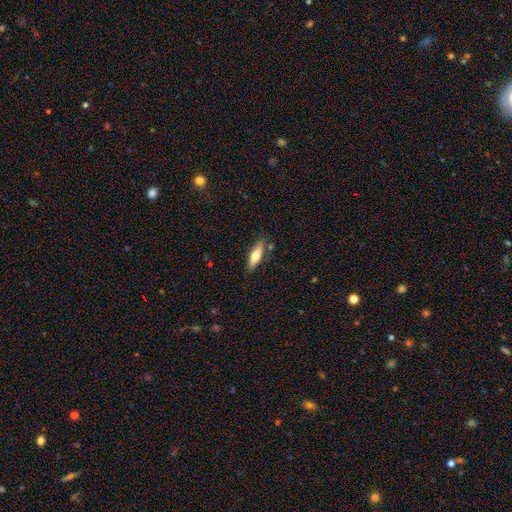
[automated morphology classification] Q: Smooth or featured?
A: smooth (62%); runner-up: featured or disk (32%)
Q: How rounded?
A: cigar-shaped (49%); runner-up: in between (48%)
Q: Merging?
A: none (82%); runner-up: minor disturbance (12%)